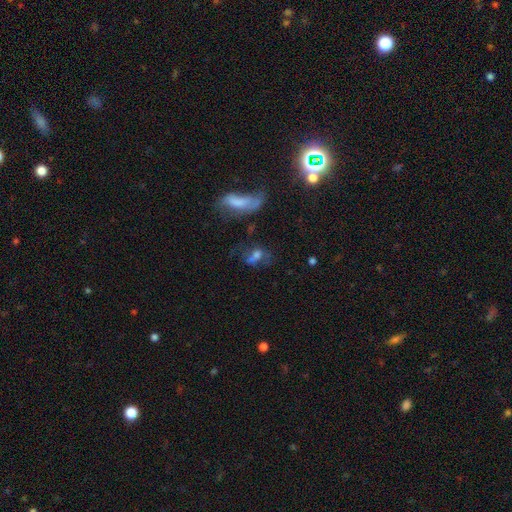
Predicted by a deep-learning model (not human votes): Smooth or featured: smooth — 46% (featured or disk — 34%)
Merging: none — 37% (major disturbance — 25%)